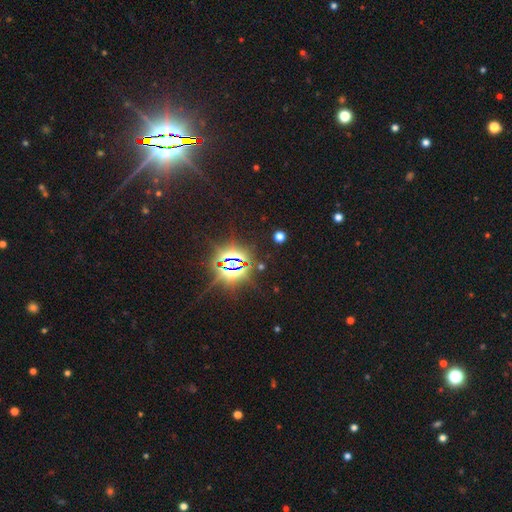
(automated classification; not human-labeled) Overall: star or artifact (85%).